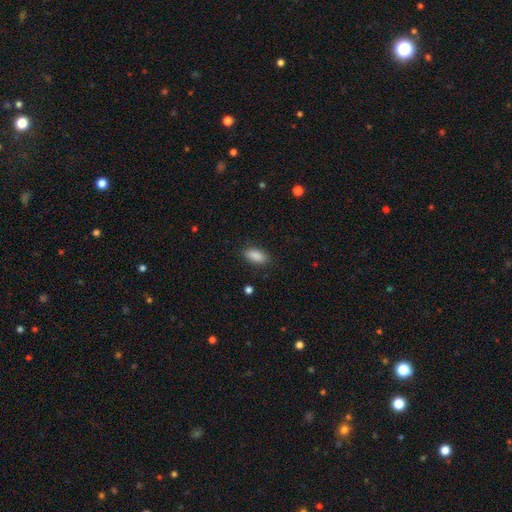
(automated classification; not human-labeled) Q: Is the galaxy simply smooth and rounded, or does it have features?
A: smooth — 89%.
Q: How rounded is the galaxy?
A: in between — 88%.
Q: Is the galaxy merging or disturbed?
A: none — 87%.